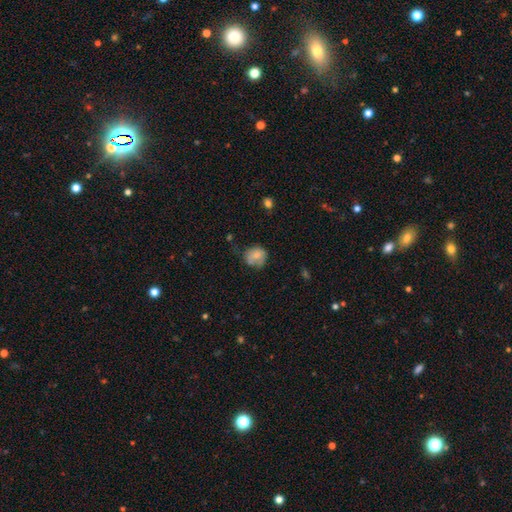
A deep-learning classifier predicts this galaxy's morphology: Smooth or featured? Predicted: smooth (p=0.72). How rounded? Predicted: round (p=0.69). Merging? Predicted: none (p=0.50).